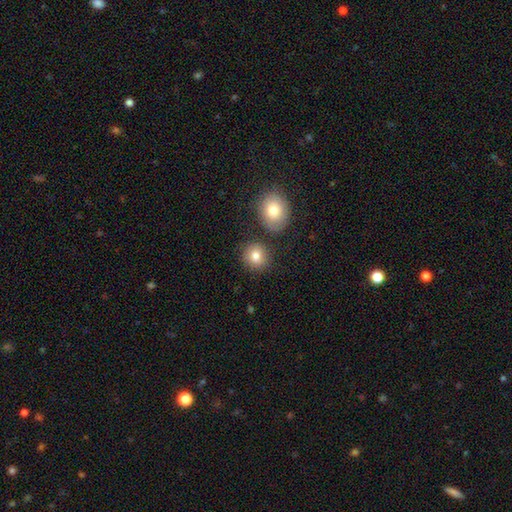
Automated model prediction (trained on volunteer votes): smooth_or_featured: smooth (p=0.82) [alt: star or artifact p=0.09]
how_rounded: round (p=0.84) [alt: in between p=0.15]
merging: none (p=0.79) [alt: minor disturbance p=0.09]